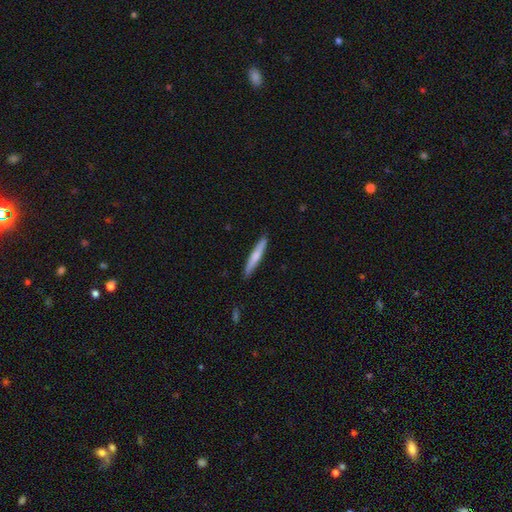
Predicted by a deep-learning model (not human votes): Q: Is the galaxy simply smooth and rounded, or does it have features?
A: smooth — 64%.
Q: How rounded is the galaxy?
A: cigar-shaped — 95%.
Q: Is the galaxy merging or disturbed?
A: none — 90%.